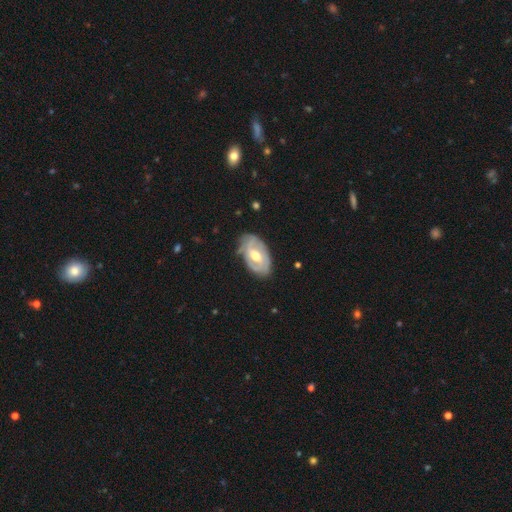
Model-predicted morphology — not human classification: featured or disk 76%, smooth 20%, star or artifact 5%. Down the decision tree: edge-on disk — no (95%); bar — weak (45%); spiral arms — yes (81%); spiral arm count — 2 (48%); spiral winding — tight (56%); bulge size — moderate (75%); merging — none (69%).